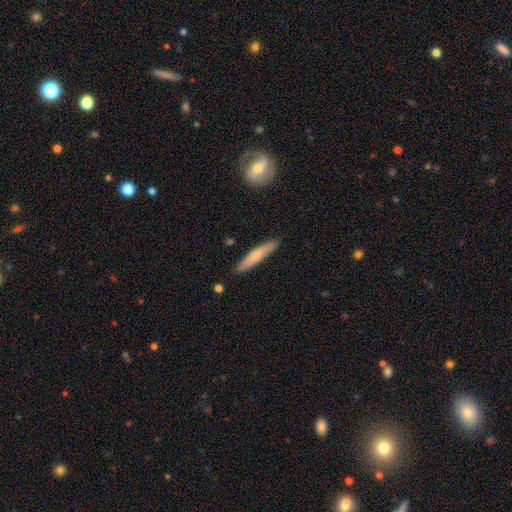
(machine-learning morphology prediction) A smooth galaxy with no disk features (65%) that is cigar-shaped (90%).

Vote fractions:
- Smooth or featured? smooth: 65% / featured or disk: 30% / star or artifact: 5%
- How rounded? cigar-shaped: 90% / in between: 9% / round: 1%
- Merging? none: 87% / minor disturbance: 9% / merger: 2% / major disturbance: 2%